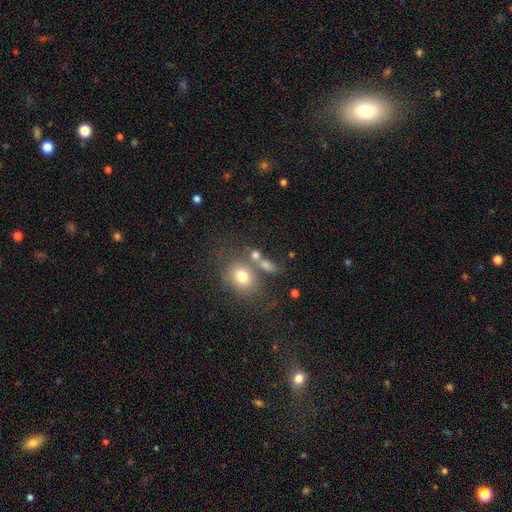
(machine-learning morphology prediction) type=smooth (72%); roundness=round (49%); merging=none (48%).